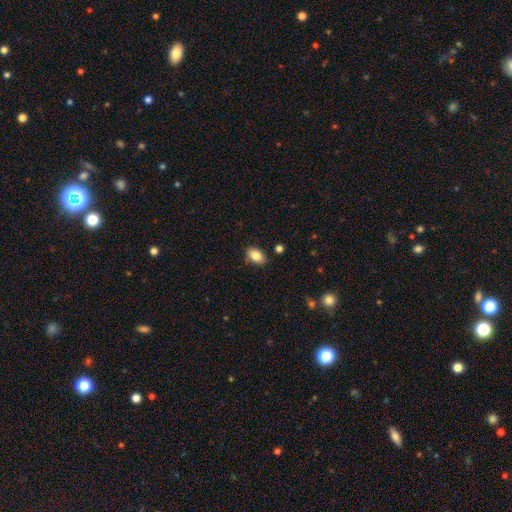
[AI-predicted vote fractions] Smooth or featured: smooth — 84% (star or artifact — 8%)
How rounded: in between — 87% (round — 11%)
Merging: none — 79% (minor disturbance — 15%)